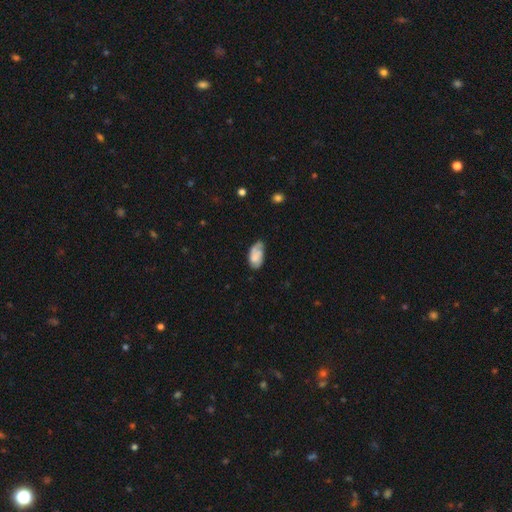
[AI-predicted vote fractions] Morphology: type=smooth (63%); roundness=in between (93%); merging=none (51%).